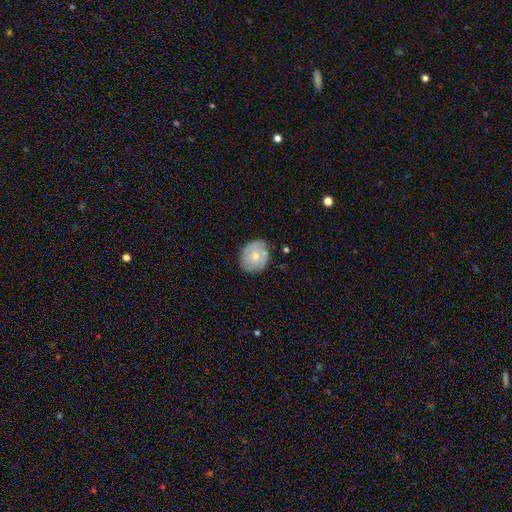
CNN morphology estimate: Smooth or featured: featured or disk — 58% (smooth — 36%)
Edge-on disk: no — 97% (yes — 3%)
Bar: no — 83% (weak — 15%)
Spiral arms: yes — 79% (no — 21%)
Bulge size: small — 51% (moderate — 44%)
Merging: none — 75% (minor disturbance — 19%)